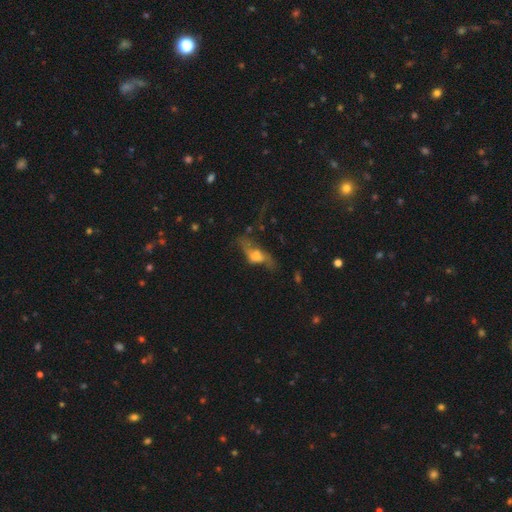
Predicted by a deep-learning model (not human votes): Overall: featured or disk (55%; smooth 33%). Edge-on disk: no (67%; yes 33%). Merging: none (42%; major disturbance 30%).